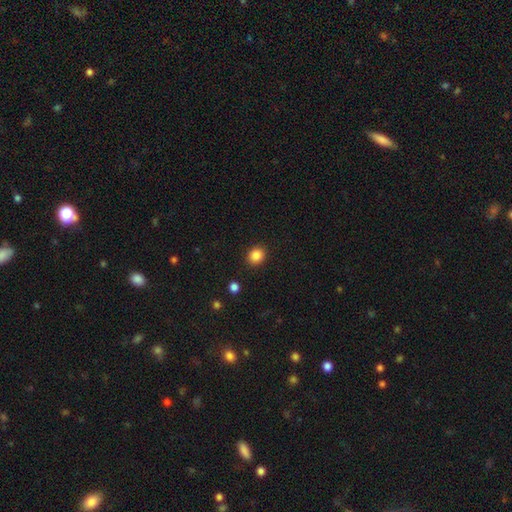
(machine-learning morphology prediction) smooth-or-featured: smooth: 87% | star or artifact: 10% | featured or disk: 3%
  how-rounded: round: 73% | in between: 26% | cigar-shaped: 1%
  merging: none: 90% | minor disturbance: 7% | major disturbance: 2% | merger: 1%